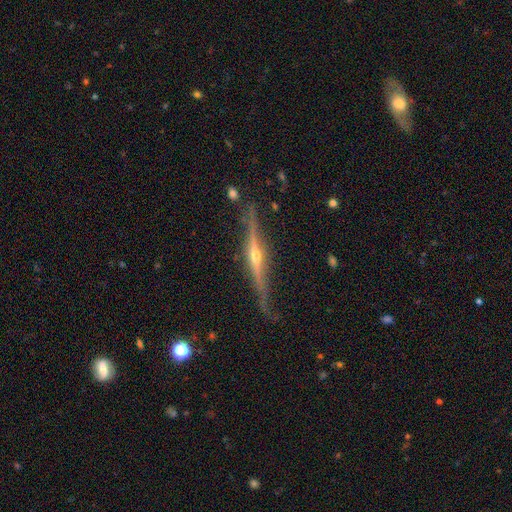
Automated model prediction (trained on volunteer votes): Overall: featured or disk (86%). Edge-on disk: yes (97%). Edge-on bulge: rounded (90%). Merging: none (81%).